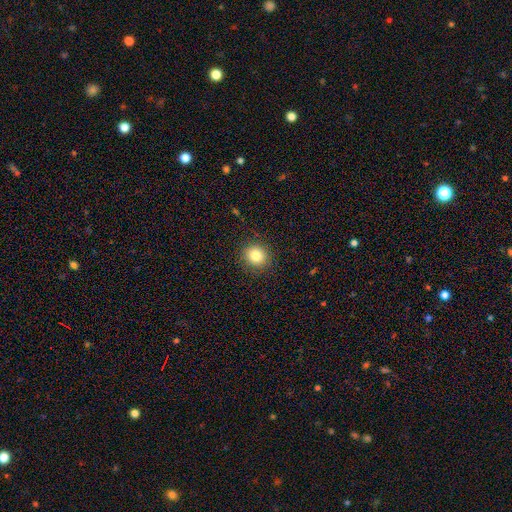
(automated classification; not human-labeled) Smooth or featured? Predicted: smooth (p=0.82). How rounded? Predicted: round (p=0.88). Merging? Predicted: none (p=0.90).